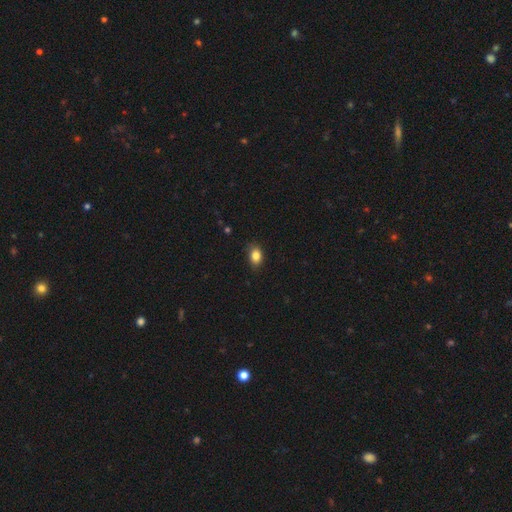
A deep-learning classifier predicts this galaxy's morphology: type=smooth (85%); roundness=in between (75%); merging=none (82%).